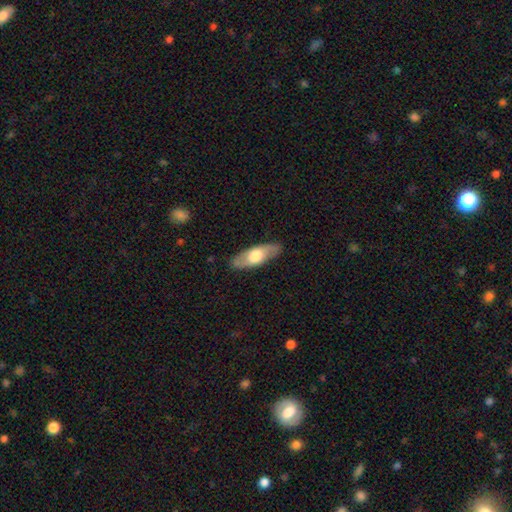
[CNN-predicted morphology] The model was most divided on "smooth or featured": smooth: 54%, featured or disk: 41%, star or artifact: 5%. More confident: merging — none (87%); how rounded — in between (70%).